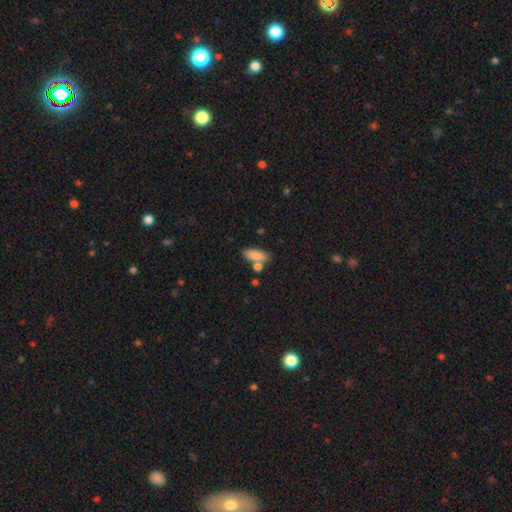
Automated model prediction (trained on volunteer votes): A smooth galaxy with no disk features (84%) that is in between round and cigar-shaped (76%).

Vote fractions:
- Smooth or featured? smooth: 84% / featured or disk: 8% / star or artifact: 8%
- How rounded? in between: 76% / cigar-shaped: 21% / round: 3%
- Merging? none: 60% / merger: 22% / minor disturbance: 13% / major disturbance: 4%